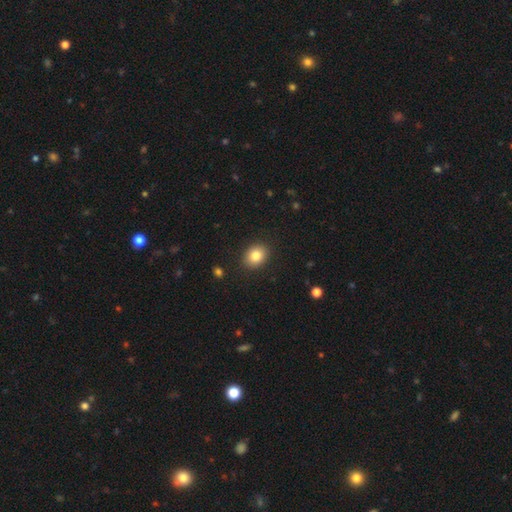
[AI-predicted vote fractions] Morphology: type=smooth (84%); roundness=in between (50%); merging=none (89%).